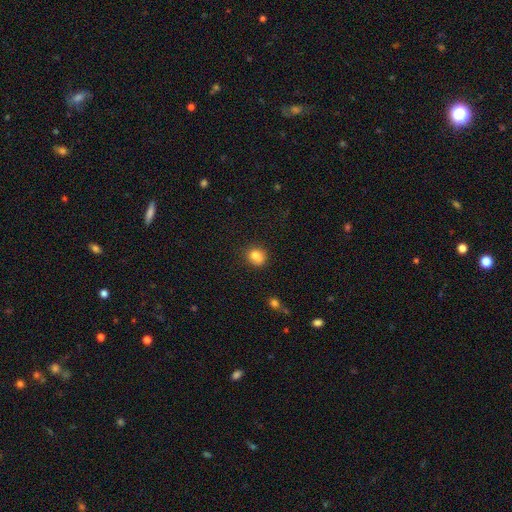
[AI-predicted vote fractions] Smooth or featured? smooth (77%)
How rounded? round (67%)
Merging? none (53%)